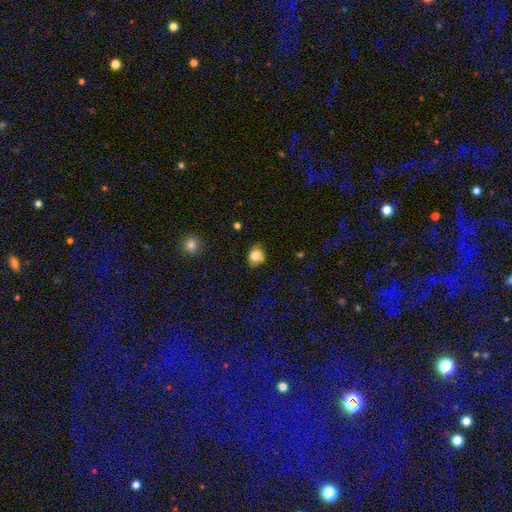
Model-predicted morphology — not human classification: smooth-or-featured: smooth: 81% | featured or disk: 9% | star or artifact: 9%
  how-rounded: round: 62% | in between: 37% | cigar-shaped: 1%
  merging: none: 70% | minor disturbance: 23% | major disturbance: 6% | merger: 2%